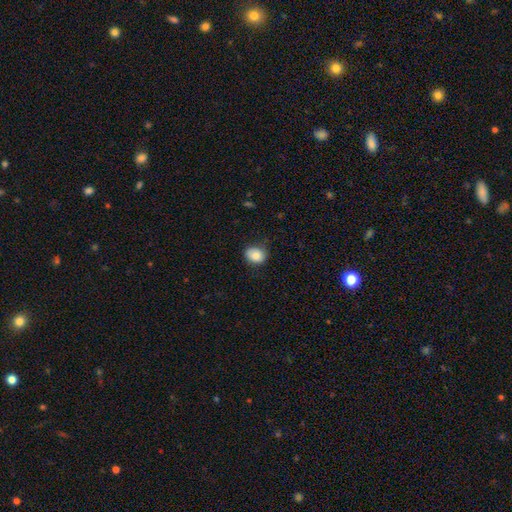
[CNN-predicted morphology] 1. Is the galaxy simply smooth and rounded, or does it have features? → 82% smooth, 9% featured or disk, 9% star or artifact.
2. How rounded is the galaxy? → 52% round, 47% in between, 1% cigar-shaped.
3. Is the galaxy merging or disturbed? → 76% none, 19% minor disturbance, 4% major disturbance, 1% merger.